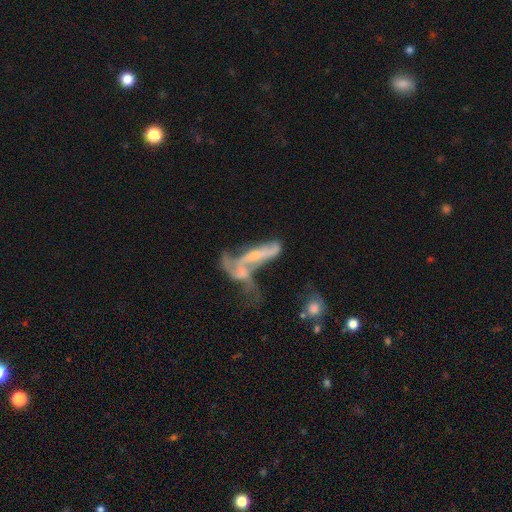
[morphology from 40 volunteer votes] Smooth or featured? featured or disk (68%)
Edge-on disk? no (63%)
Bar? no (76%)
Spiral arms? yes (65%)
Spiral winding? loose (64%)
Spiral arm count? can't tell (55%)
Bulge size? moderate (47%)
Merging? merger (81%)